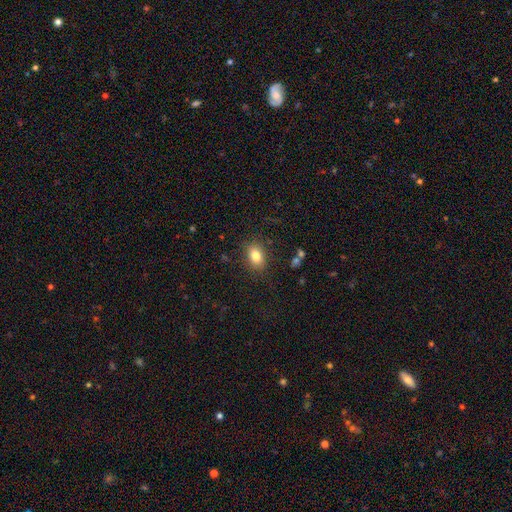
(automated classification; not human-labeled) Smooth or featured?
  - smooth: 81% *
  - featured or disk: 10%
  - star or artifact: 10%
How rounded?
  - in between: 81% *
  - round: 18%
  - cigar-shaped: 2%
Merging?
  - none: 84% *
  - minor disturbance: 11%
  - major disturbance: 3%
  - merger: 2%